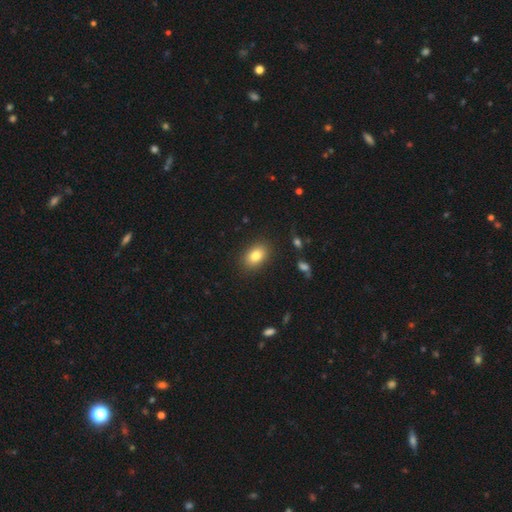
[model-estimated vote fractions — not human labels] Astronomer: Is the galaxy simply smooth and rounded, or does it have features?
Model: smooth — 82%.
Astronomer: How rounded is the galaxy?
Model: in between — 82%.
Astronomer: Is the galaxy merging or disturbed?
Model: none — 88%.